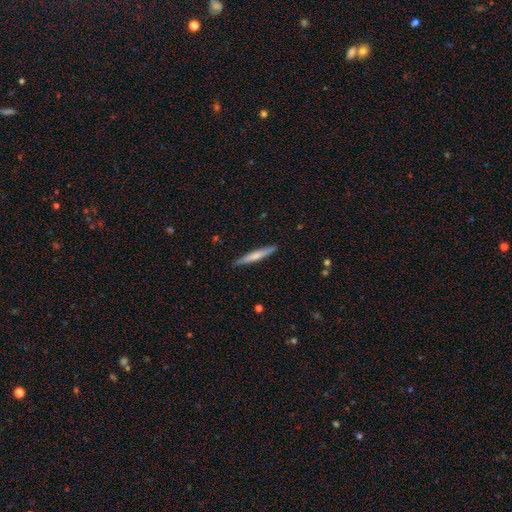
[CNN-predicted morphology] smooth 60%, featured or disk 35%, star or artifact 5%. Down the decision tree: how rounded — cigar-shaped (95%); merging — none (89%).